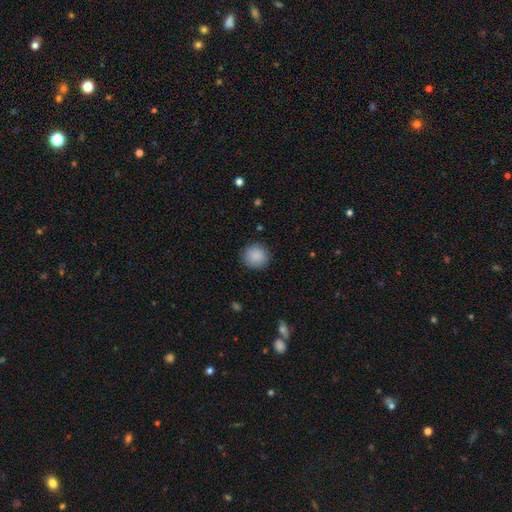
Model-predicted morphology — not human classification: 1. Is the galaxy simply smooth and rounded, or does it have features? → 89% smooth, 8% star or artifact, 4% featured or disk.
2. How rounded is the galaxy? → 92% round, 7% in between, 1% cigar-shaped.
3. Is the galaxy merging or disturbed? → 88% none, 8% minor disturbance, 2% major disturbance, 1% merger.